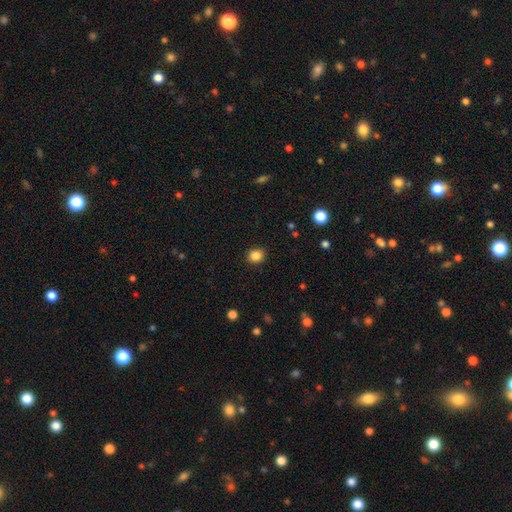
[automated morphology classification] Smooth or featured?
  - smooth: 85% *
  - star or artifact: 10%
  - featured or disk: 4%
How rounded?
  - round: 71% *
  - in between: 28%
  - cigar-shaped: 1%
Merging?
  - none: 90% *
  - minor disturbance: 7%
  - major disturbance: 2%
  - merger: 1%